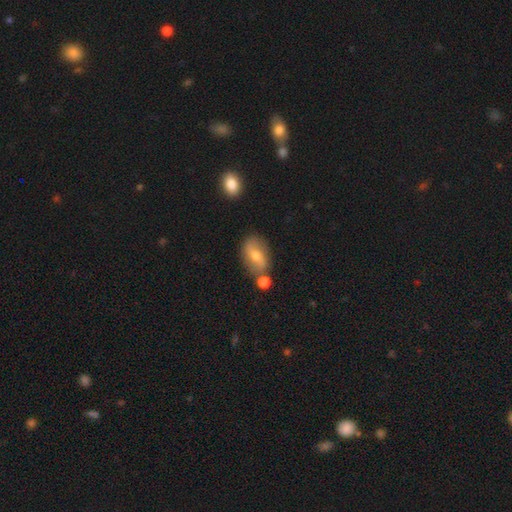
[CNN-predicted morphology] This appears to be a featured or disk galaxy (50%). Merging: none (73%).